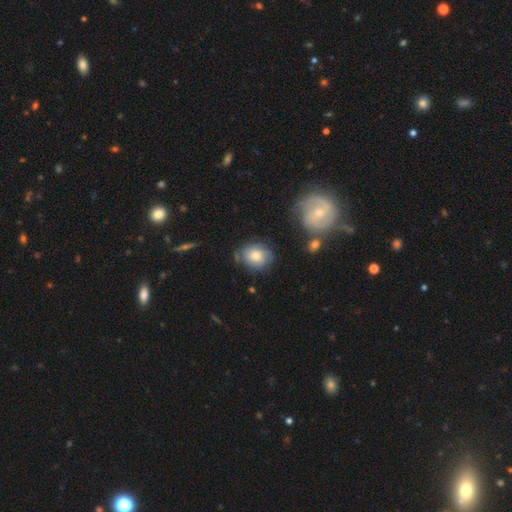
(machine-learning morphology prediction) Smooth or featured?
  - smooth: 65% *
  - featured or disk: 27%
  - star or artifact: 8%
How rounded?
  - round: 63% *
  - in between: 36%
  - cigar-shaped: 1%
Merging?
  - none: 66% *
  - minor disturbance: 23%
  - major disturbance: 7%
  - merger: 4%